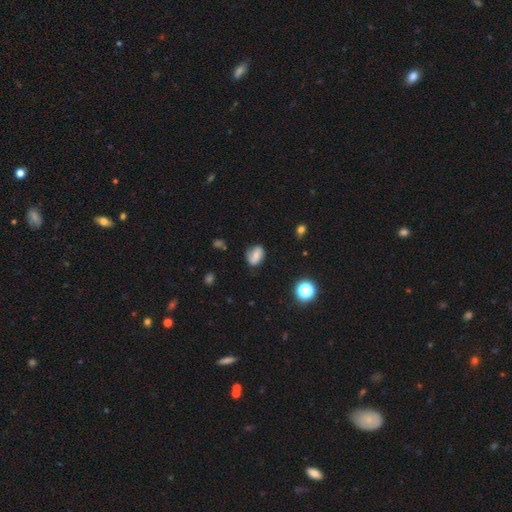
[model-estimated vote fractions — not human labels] A smooth galaxy with no disk features (56%) that is in between round and cigar-shaped (70%). Merging: none (68%).